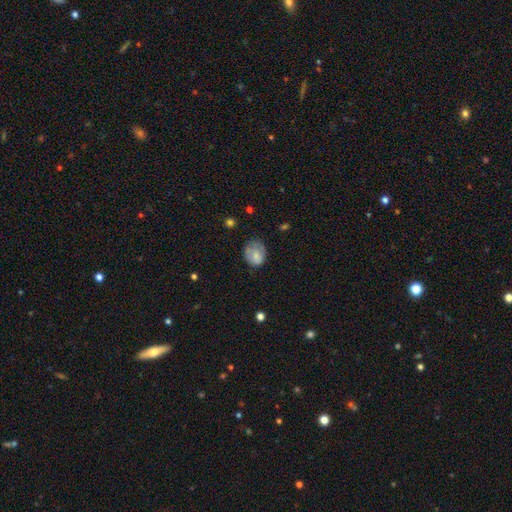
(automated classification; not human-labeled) smooth 73%, featured or disk 19%, star or artifact 8%. Down the decision tree: how rounded — round (54%); merging — none (53%).